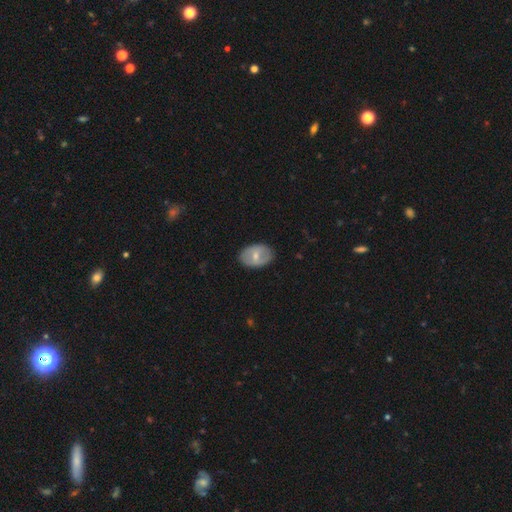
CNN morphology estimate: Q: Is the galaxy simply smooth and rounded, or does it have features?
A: smooth — 48%.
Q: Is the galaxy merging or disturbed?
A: none — 84%.